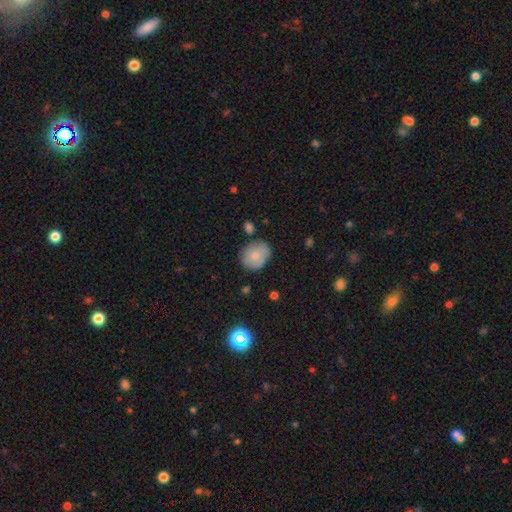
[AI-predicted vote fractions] Smooth or featured? smooth (78%)
How rounded? round (54%)
Merging? none (68%)